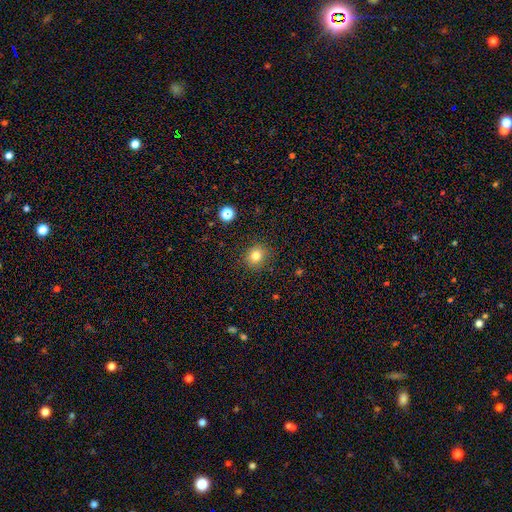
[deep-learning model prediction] A smooth galaxy with no disk features (80%) that is round (83%). Merging: none (89%).